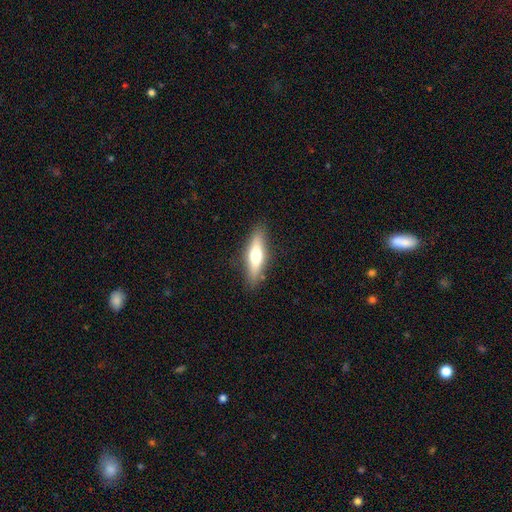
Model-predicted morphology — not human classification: smooth-or-featured: smooth: 53% | featured or disk: 41% | star or artifact: 6%
  how-rounded: cigar-shaped: 62% | in between: 36% | round: 2%
  merging: none: 86% | minor disturbance: 10% | major disturbance: 3% | merger: 1%